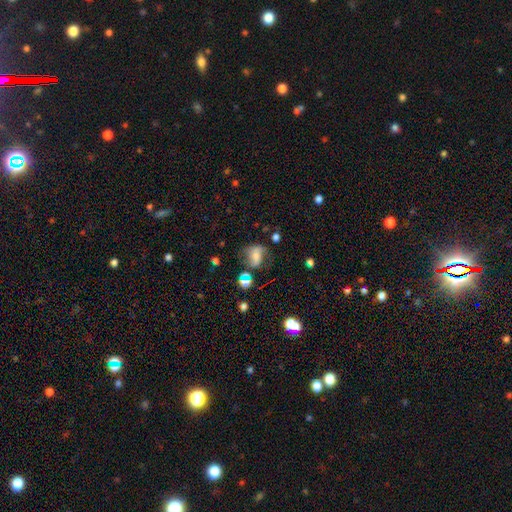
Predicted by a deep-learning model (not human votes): featured or disk 49%, smooth 39%, star or artifact 13%. Down the decision tree: merging — none (48%).